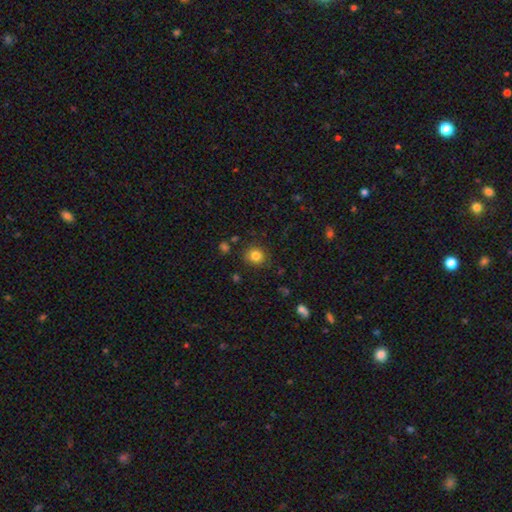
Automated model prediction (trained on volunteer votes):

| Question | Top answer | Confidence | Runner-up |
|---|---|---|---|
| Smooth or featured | smooth | 82% | star or artifact (12%) |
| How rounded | round | 83% | in between (16%) |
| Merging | none | 83% | minor disturbance (11%) |